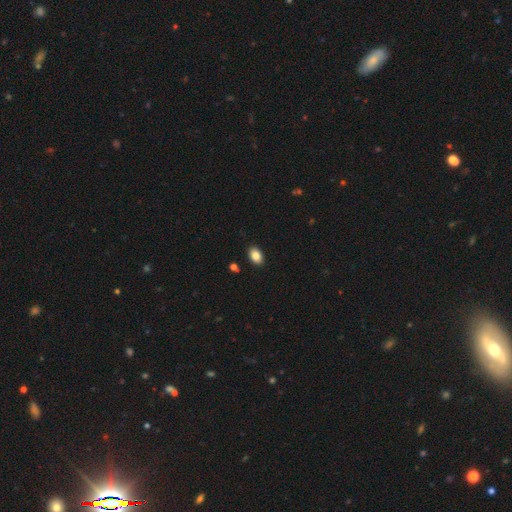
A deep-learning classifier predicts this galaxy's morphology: smooth 85%, star or artifact 9%, featured or disk 7%. Down the decision tree: how rounded — in between (85%); merging — none (89%).